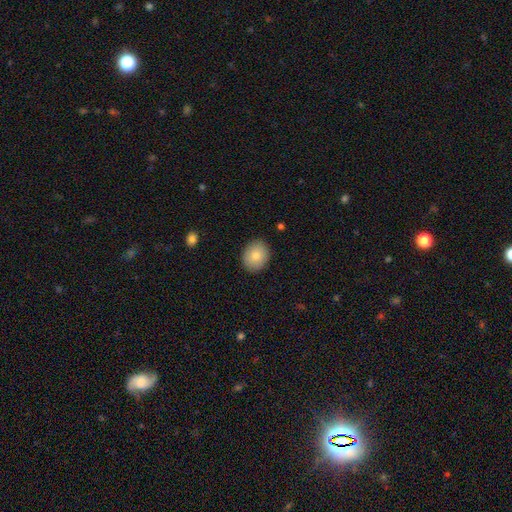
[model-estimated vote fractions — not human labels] This appears to be a smooth galaxy with no disk features (83%) that is round (56%). Merging: none (89%).